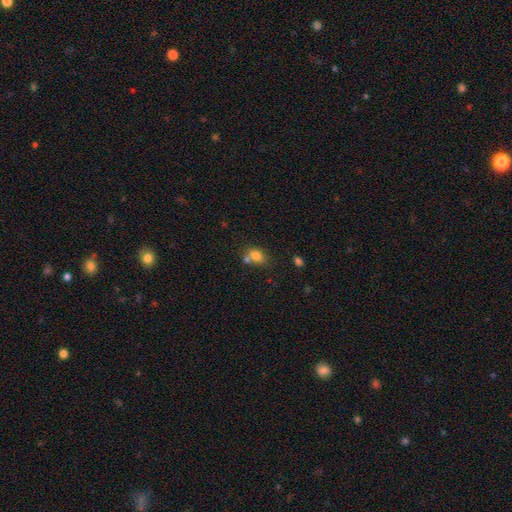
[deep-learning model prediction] Overall: smooth (79%). How rounded: in between (68%; round 31%). Merging: none (51%; merger 31%).